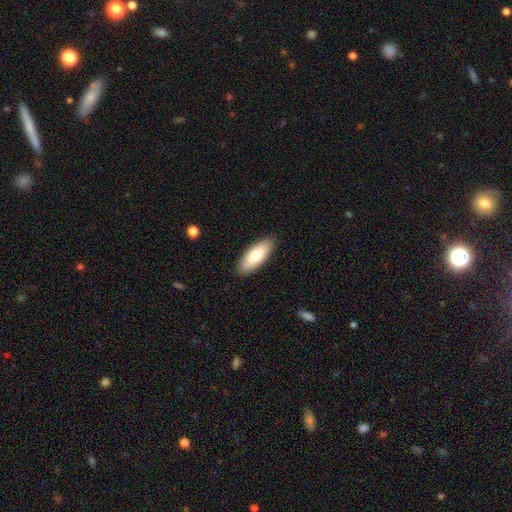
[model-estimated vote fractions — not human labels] This appears to be a smooth galaxy with no disk features (76%) that is in between round and cigar-shaped (78%). Merging: none (90%).